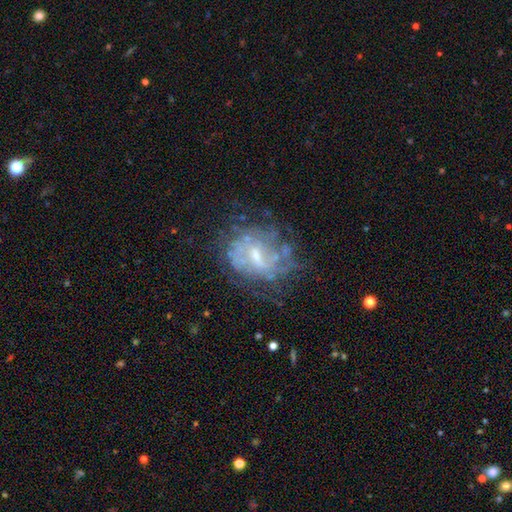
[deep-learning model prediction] smooth-or-featured: featured or disk: 73% | smooth: 16% | star or artifact: 11%
  disk-edge-on: no: 97% | yes: 3%
    bar: weak: 53% | no: 34% | strong: 13%
    has-spiral-arms: yes: 61% | no: 39%
    bulge-size: small: 50% | moderate: 36% | none: 11% | large: 2% | dominant: 1%
  merging: none: 54% | minor disturbance: 22% | major disturbance: 20% | merger: 4%